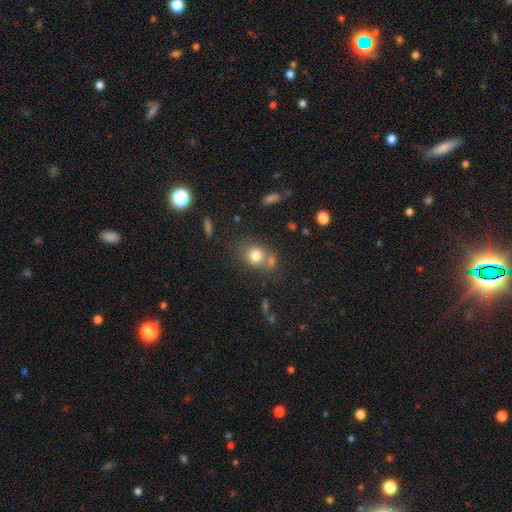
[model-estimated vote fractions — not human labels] Smooth or featured? Predicted: smooth (p=0.78). How rounded? Predicted: round (p=0.65). Merging? Predicted: none (p=0.54).